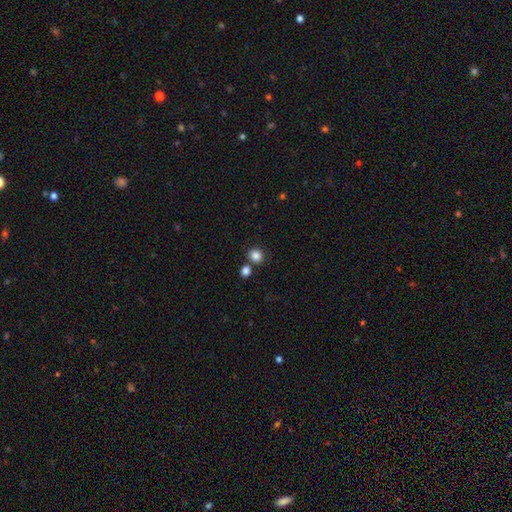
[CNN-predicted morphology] This appears to be a smooth galaxy with no disk features (85%) that is round (84%). Merging: none (73%).